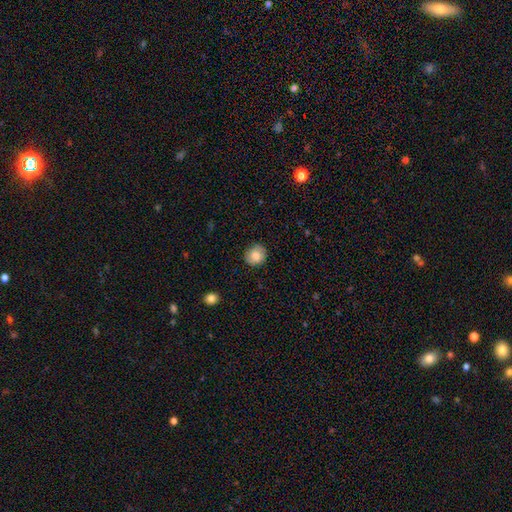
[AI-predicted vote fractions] This is clearly a smooth galaxy (81%). How rounded: clearly round (82%). Merging: clearly none (87%).